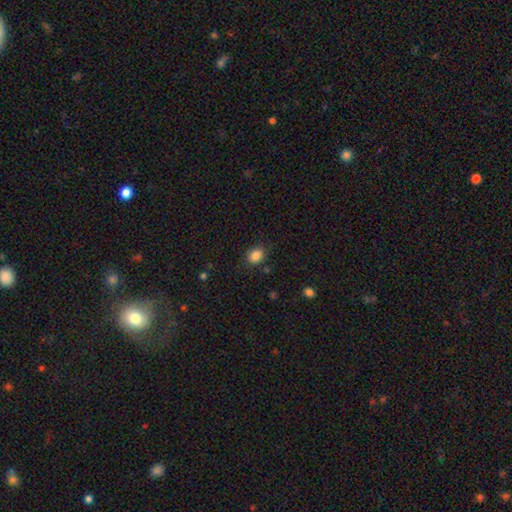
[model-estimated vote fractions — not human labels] Overall: smooth (85%). How rounded: in between (53%; round 46%). Merging: none (81%).